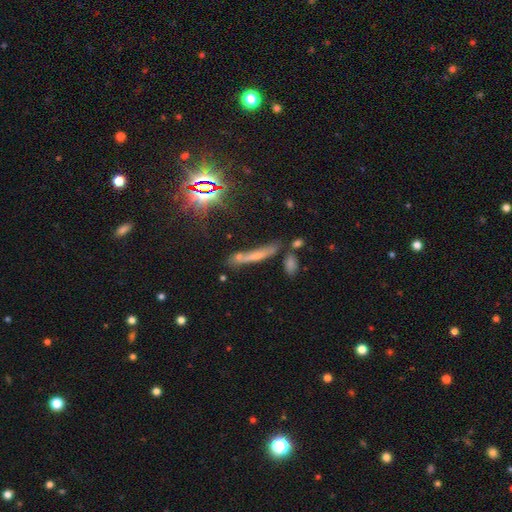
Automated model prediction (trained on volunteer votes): Morphology: type=smooth (39%); merging=none (54%).